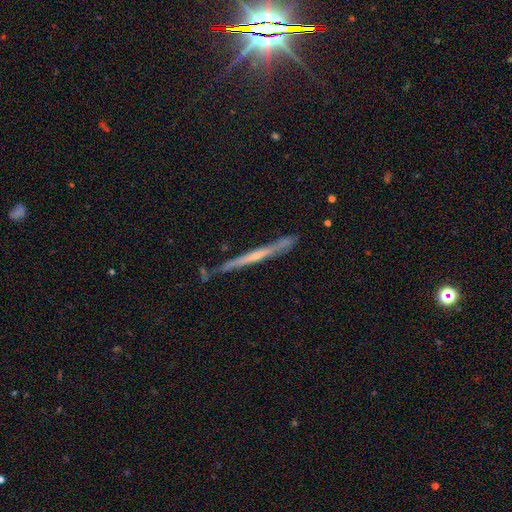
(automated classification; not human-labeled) Smooth or featured? featured or disk (64%)
Edge-on disk? yes (96%)
Edge-on bulge? none (68%)
Merging? none (77%)